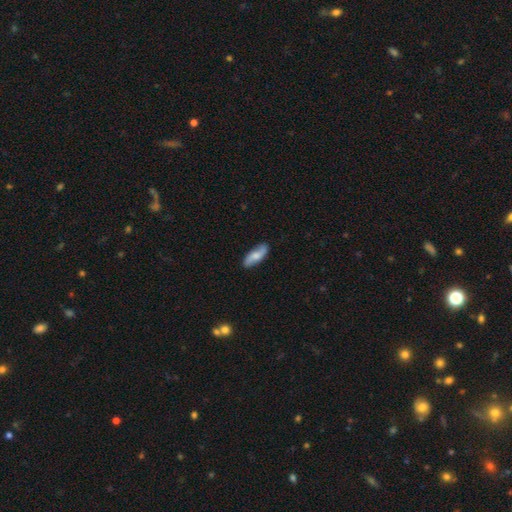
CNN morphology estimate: type=smooth (56%); roundness=in between (65%); merging=none (84%).